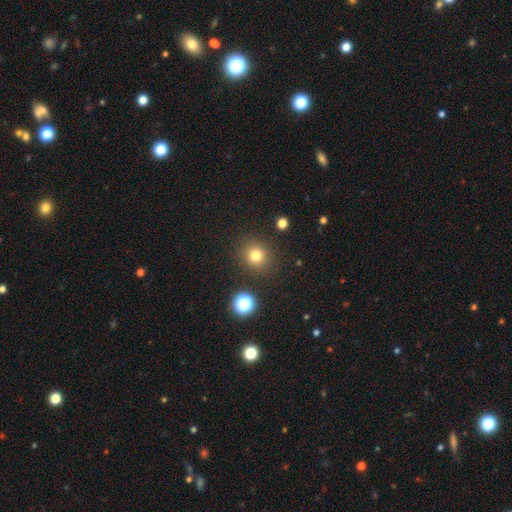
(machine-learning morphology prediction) A smooth galaxy with no disk features (78%) that is round (90%). Merging: none (88%).